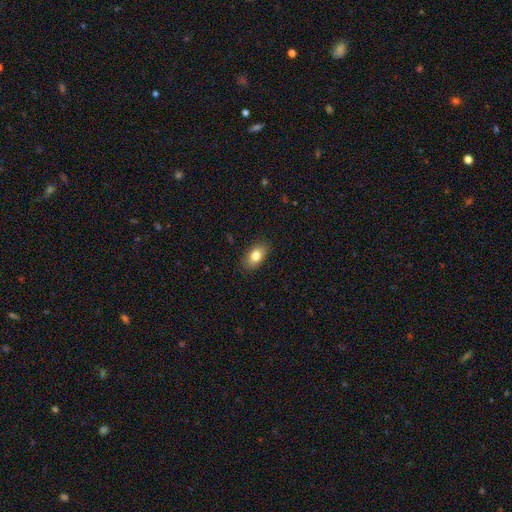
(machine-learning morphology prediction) Smooth or featured: smooth — 81% (featured or disk — 11%)
How rounded: in between — 87% (round — 11%)
Merging: none — 85% (minor disturbance — 12%)